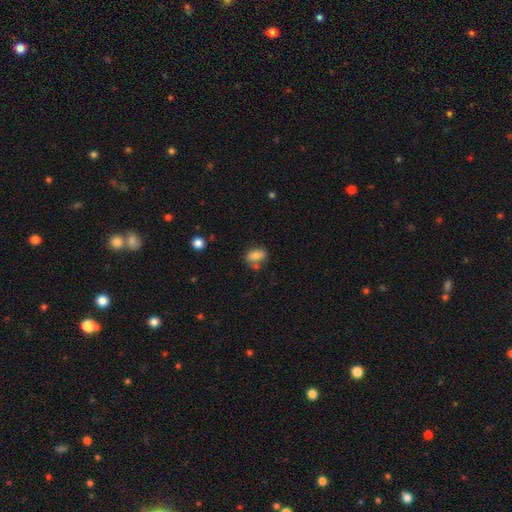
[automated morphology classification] type=smooth (81%); roundness=in between (85%); merging=none (65%).